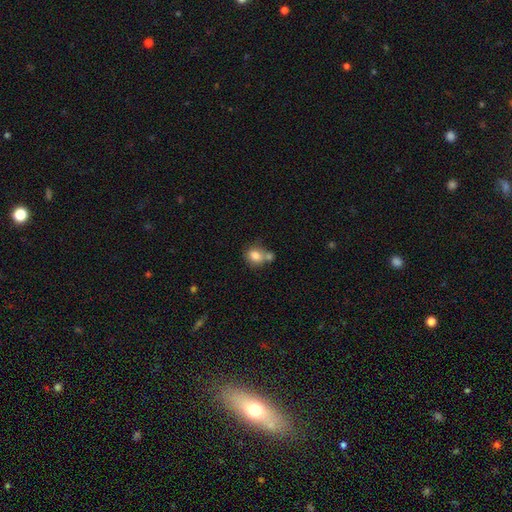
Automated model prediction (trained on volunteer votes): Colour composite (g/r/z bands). It shows a smooth galaxy with no disk features (81%) that is round (69%). Merging: none (45%).